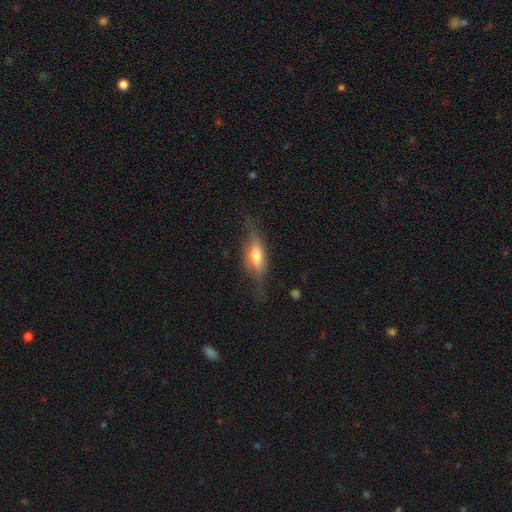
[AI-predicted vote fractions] Q: Smooth or featured?
A: smooth (47%); runner-up: featured or disk (46%)
Q: Merging?
A: none (62%); runner-up: minor disturbance (24%)